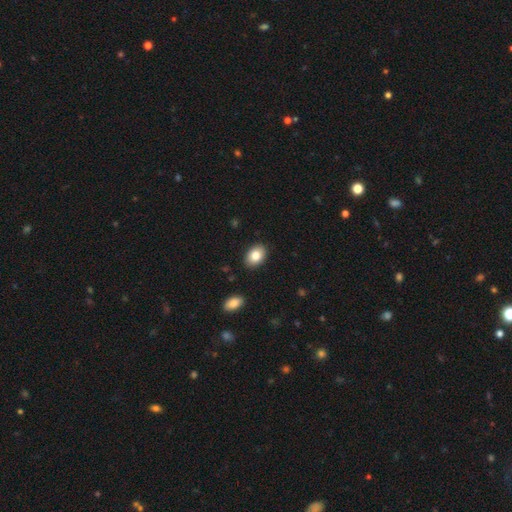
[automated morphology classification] smooth 83%, featured or disk 9%, star or artifact 8%. Down the decision tree: how rounded — in between (81%); merging — none (88%).